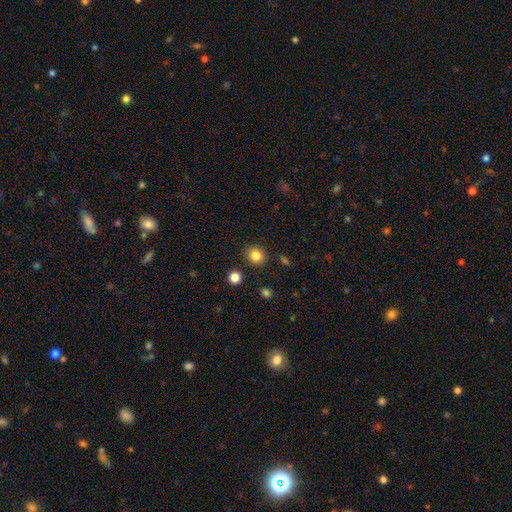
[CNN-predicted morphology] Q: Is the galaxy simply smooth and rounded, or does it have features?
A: smooth — 84%.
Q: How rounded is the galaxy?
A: round — 91%.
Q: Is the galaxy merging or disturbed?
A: none — 89%.